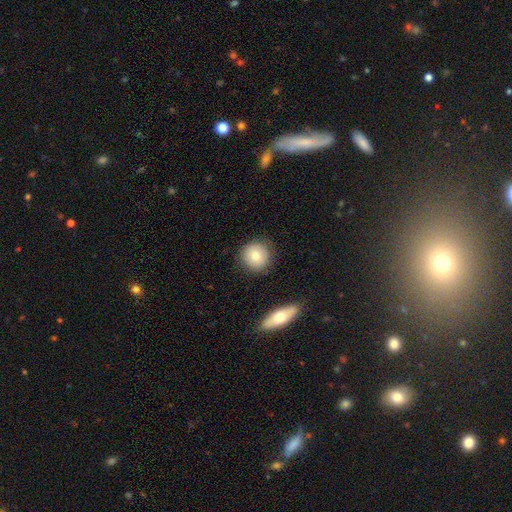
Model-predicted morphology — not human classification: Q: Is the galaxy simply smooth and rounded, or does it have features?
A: smooth — 80%.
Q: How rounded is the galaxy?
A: round — 91%.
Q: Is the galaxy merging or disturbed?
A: none — 85%.